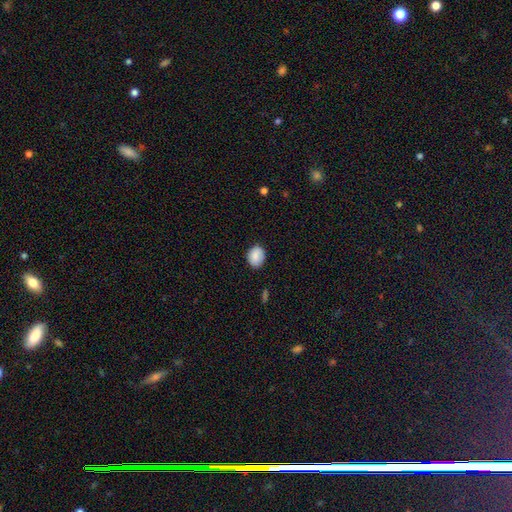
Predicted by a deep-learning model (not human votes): A smooth galaxy with no disk features (87%) that is in between round and cigar-shaped (52%). Merging: none (85%).